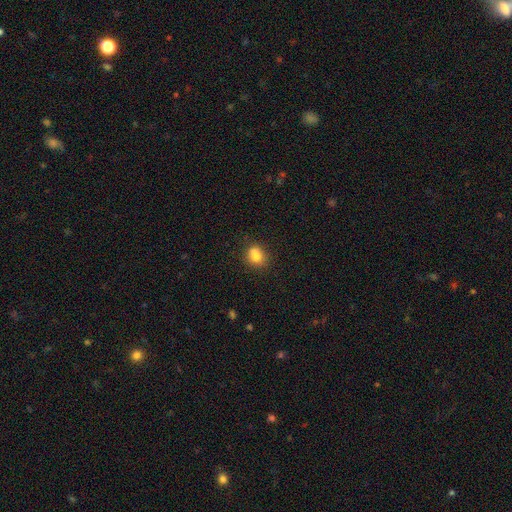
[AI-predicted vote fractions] Morphology: type=smooth (76%); roundness=round (63%); merging=none (50%).